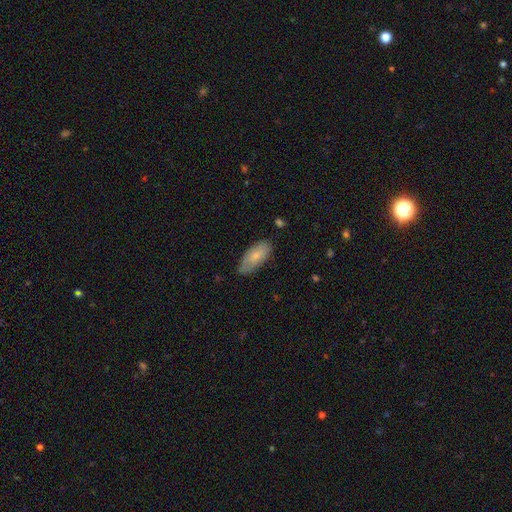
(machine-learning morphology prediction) Smooth or featured?
  - smooth: 74% *
  - featured or disk: 20%
  - star or artifact: 6%
How rounded?
  - in between: 88% *
  - cigar-shaped: 10%
  - round: 2%
Merging?
  - none: 75% *
  - minor disturbance: 20%
  - major disturbance: 3%
  - merger: 1%